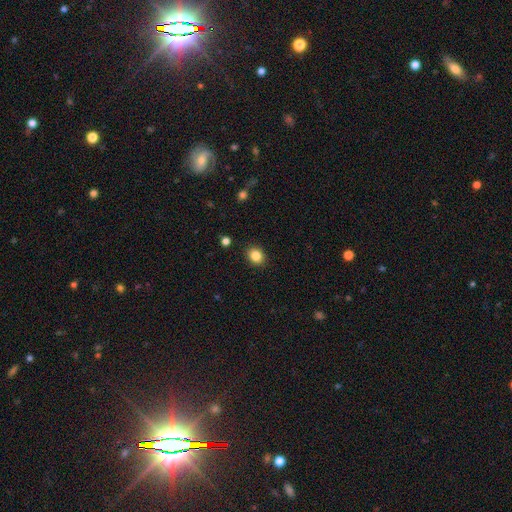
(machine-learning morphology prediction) smooth_or_featured: smooth (p=0.85) [alt: star or artifact p=0.10]
how_rounded: round (p=0.59) [alt: in between p=0.40]
merging: none (p=0.89) [alt: minor disturbance p=0.07]